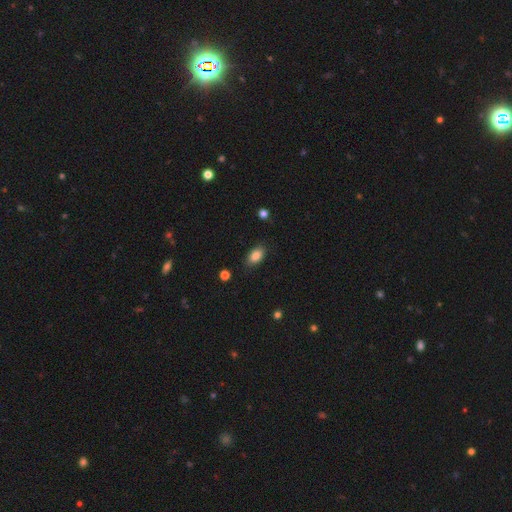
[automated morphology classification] Smooth or featured? Predicted: smooth (p=0.86). How rounded? Predicted: in between (p=0.90). Merging? Predicted: none (p=0.84).